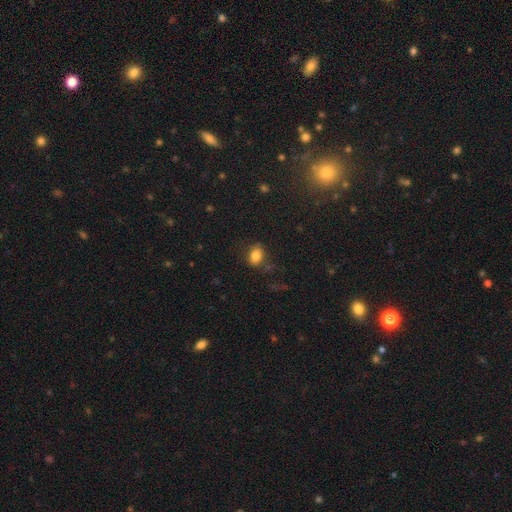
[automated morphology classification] A smooth galaxy with no disk features (82%) that is in between round and cigar-shaped (75%).

Vote fractions:
- Smooth or featured? smooth: 82% / star or artifact: 10% / featured or disk: 8%
- How rounded? in between: 75% / round: 23% / cigar-shaped: 2%
- Merging? none: 73% / minor disturbance: 18% / major disturbance: 6% / merger: 3%